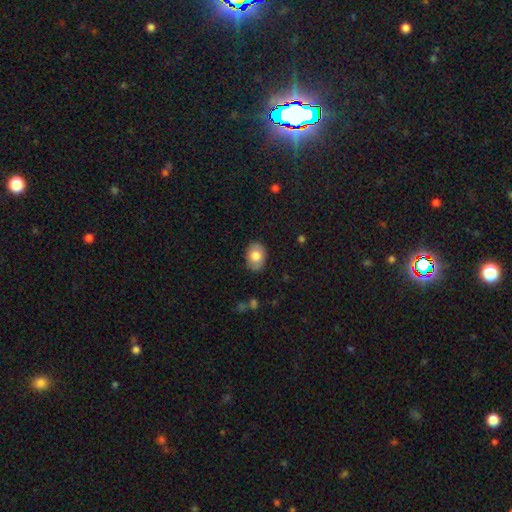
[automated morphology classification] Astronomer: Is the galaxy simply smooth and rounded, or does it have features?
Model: smooth — 80%.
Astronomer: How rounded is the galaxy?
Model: in between — 77%.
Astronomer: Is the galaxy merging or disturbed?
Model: none — 86%.